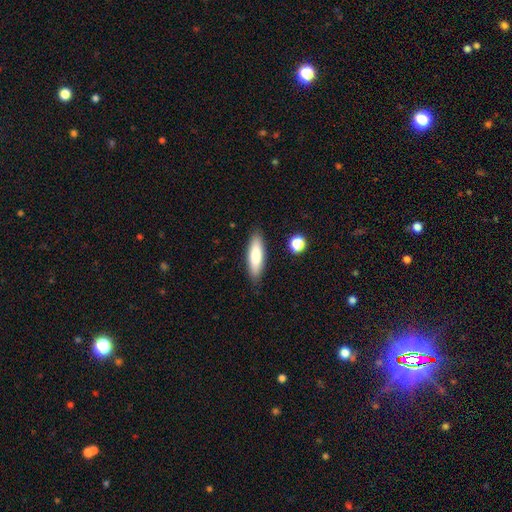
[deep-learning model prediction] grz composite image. It shows a smooth galaxy with no disk features (80%) that is cigar-shaped (57%). Merging: none (86%).